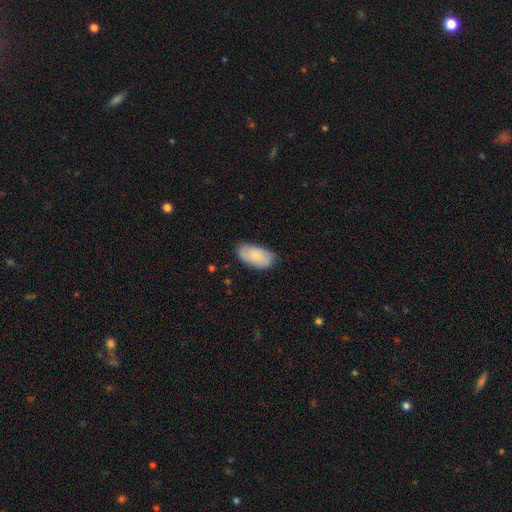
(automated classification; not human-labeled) Smooth or featured? smooth (77%)
How rounded? in between (94%)
Merging? none (76%)